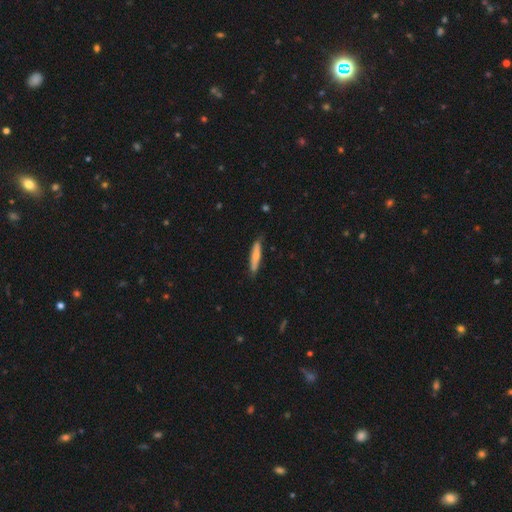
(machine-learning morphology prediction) This is likely a smooth galaxy (67%). How rounded: clearly cigar-shaped (88%). Merging: clearly none (83%).